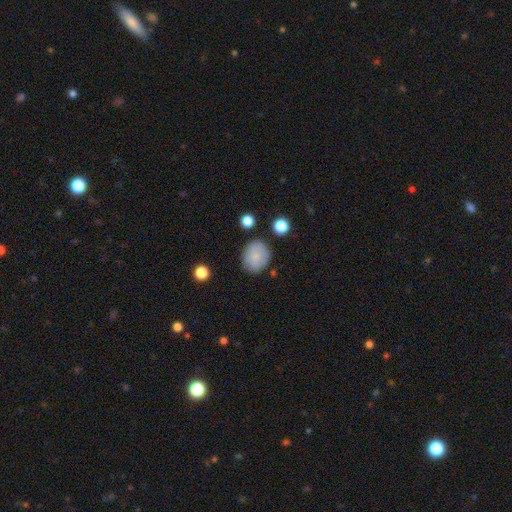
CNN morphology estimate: type=smooth (83%); roundness=round (61%); merging=none (78%).